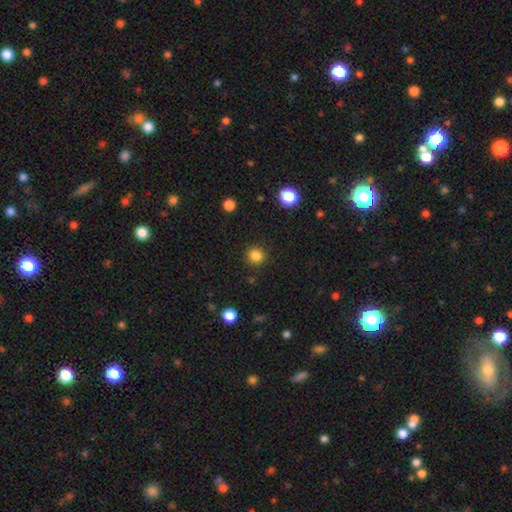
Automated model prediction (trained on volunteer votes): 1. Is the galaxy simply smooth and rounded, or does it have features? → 84% smooth, 13% star or artifact, 4% featured or disk.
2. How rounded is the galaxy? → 93% round, 6% in between, 1% cigar-shaped.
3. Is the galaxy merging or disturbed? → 90% none, 6% minor disturbance, 2% major disturbance, 1% merger.